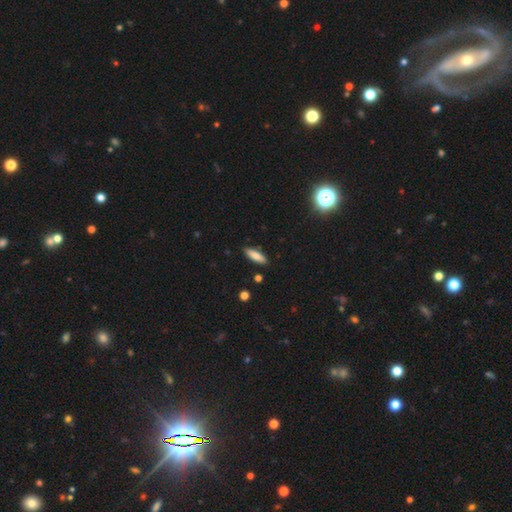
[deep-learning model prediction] Smooth or featured? Predicted: smooth (p=0.80). How rounded? Predicted: cigar-shaped (p=0.56). Merging? Predicted: none (p=0.87).